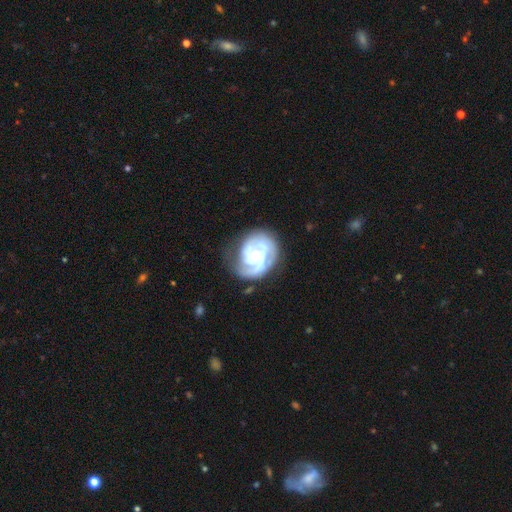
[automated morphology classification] Overall: featured or disk (87%). Edge-on disk: no (98%). Bar: no (60%; weak 31%). Spiral arms: yes (95%). Spiral arm count: 2 (38%; 3 27%). Spiral winding: tight (60%; medium 32%). Bulge size: moderate (48%; small 46%). Merging: none (64%).